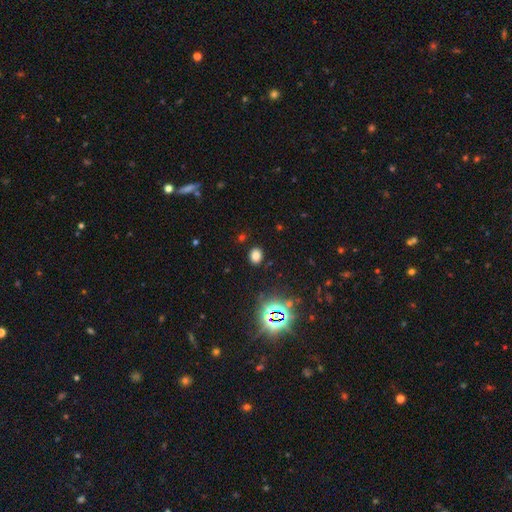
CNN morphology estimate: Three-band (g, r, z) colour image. It shows a smooth galaxy with no disk features (73%) that is in between round and cigar-shaped (56%). Merging: none (88%).